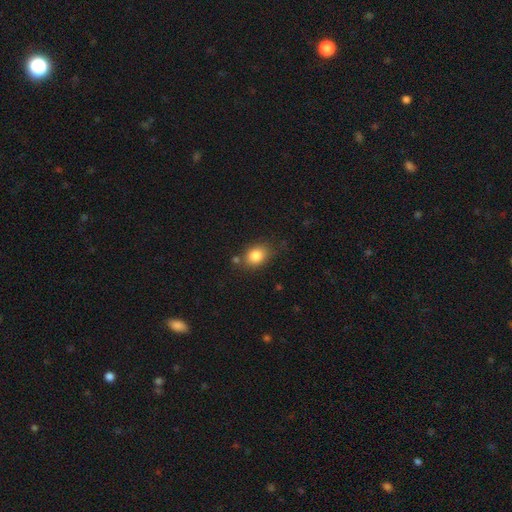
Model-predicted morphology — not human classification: smooth 84%, star or artifact 9%, featured or disk 7%. Down the decision tree: how rounded — in between (60%); merging — none (73%).